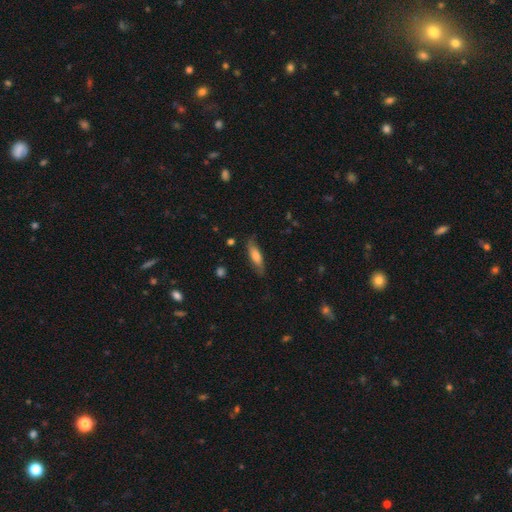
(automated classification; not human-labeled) Overall: smooth (64%; featured or disk 29%). How rounded: cigar-shaped (52%; in between 46%). Merging: none (75%).